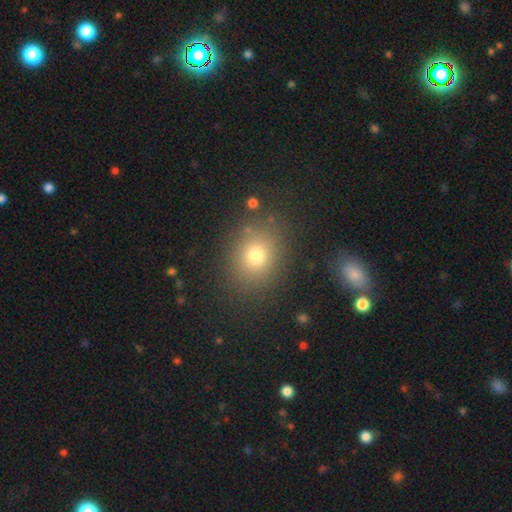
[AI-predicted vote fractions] Morphology: type=smooth (74%); roundness=round (56%); merging=none (84%).